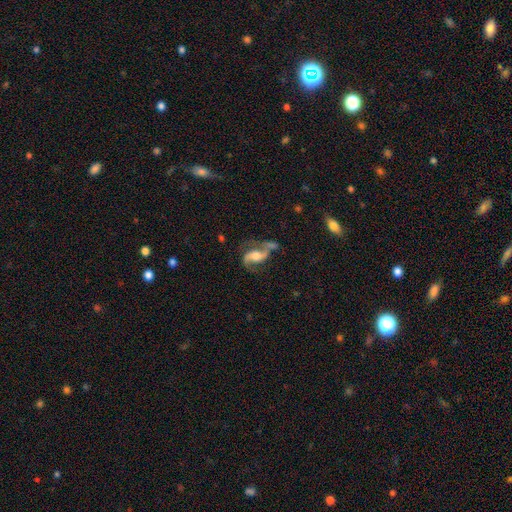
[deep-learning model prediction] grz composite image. It shows a featured or disk galaxy (85%) with no bar (47%), 2 (90%) loose (54%) spiral arms (95%) and a moderate central bulge (52%). Merging: none (49%).